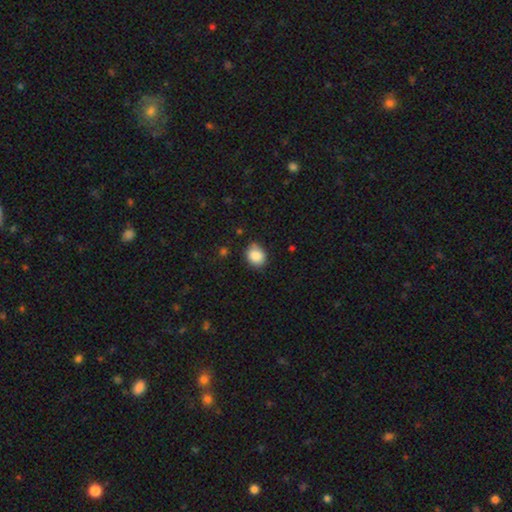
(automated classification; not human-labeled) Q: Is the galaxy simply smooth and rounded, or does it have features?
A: smooth — 88%.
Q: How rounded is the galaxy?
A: round — 60%.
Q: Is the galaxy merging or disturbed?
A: none — 79%.